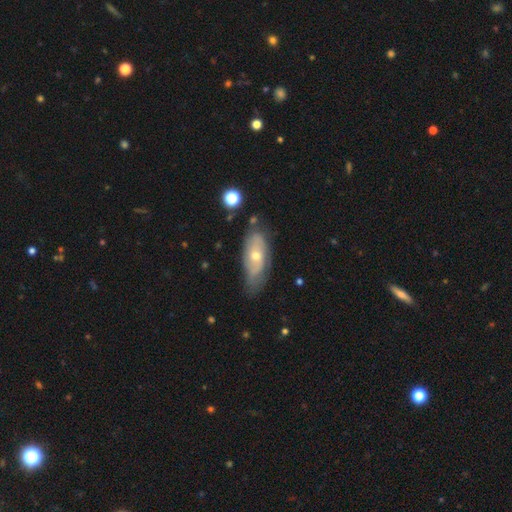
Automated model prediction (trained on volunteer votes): A featured or disk galaxy (57%). Merging: none (63%).